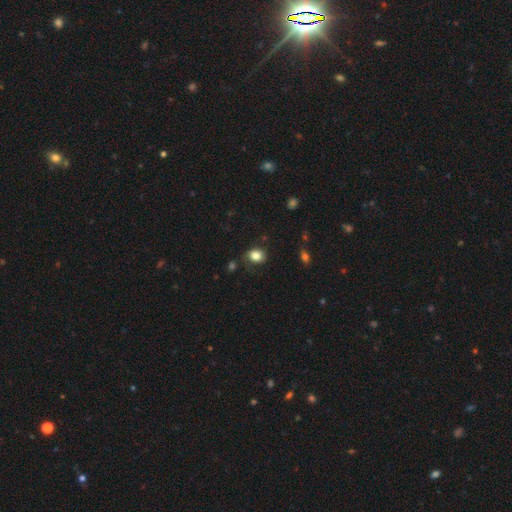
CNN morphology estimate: smooth_or_featured: smooth (p=0.83) [alt: star or artifact p=0.10]
how_rounded: round (p=0.51) [alt: in between p=0.48]
merging: none (p=0.72) [alt: minor disturbance p=0.19]